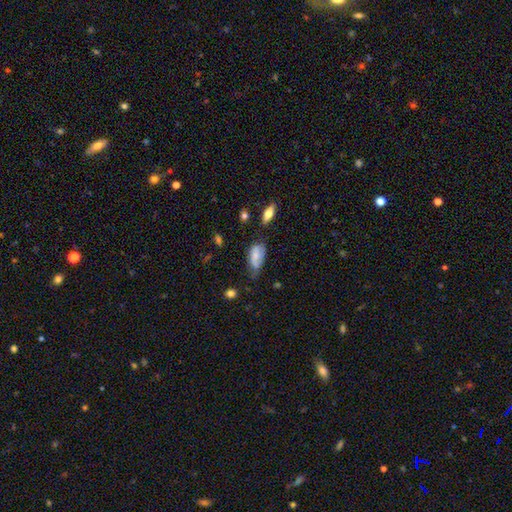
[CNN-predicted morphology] A smooth galaxy with no disk features (58%) that is in between round and cigar-shaped (91%). Merging: none (44%).